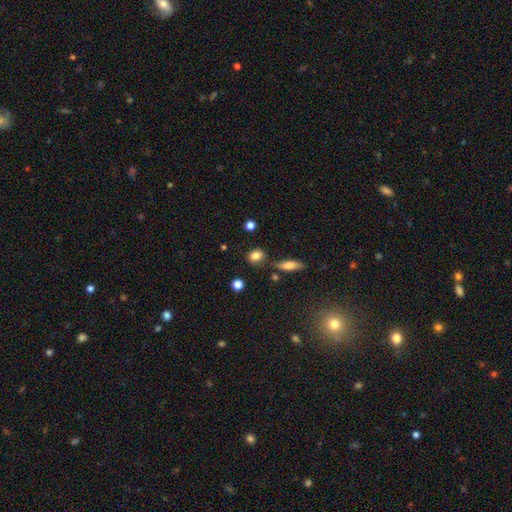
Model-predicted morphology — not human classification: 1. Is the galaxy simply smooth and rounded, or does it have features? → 83% smooth, 10% star or artifact, 7% featured or disk.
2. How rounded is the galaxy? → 54% in between, 42% round, 3% cigar-shaped.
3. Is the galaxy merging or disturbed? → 75% none, 15% minor disturbance, 6% merger, 4% major disturbance.